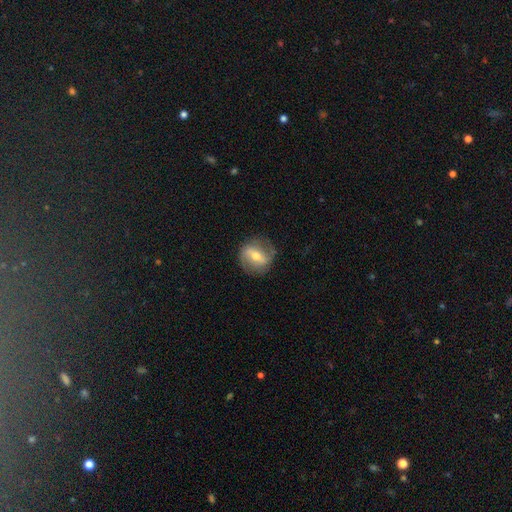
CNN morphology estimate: This appears to be a featured or disk galaxy (60%) with a strong bar (43%), spiral arms (67%) and a moderate central bulge (64%). Merging: none (77%).